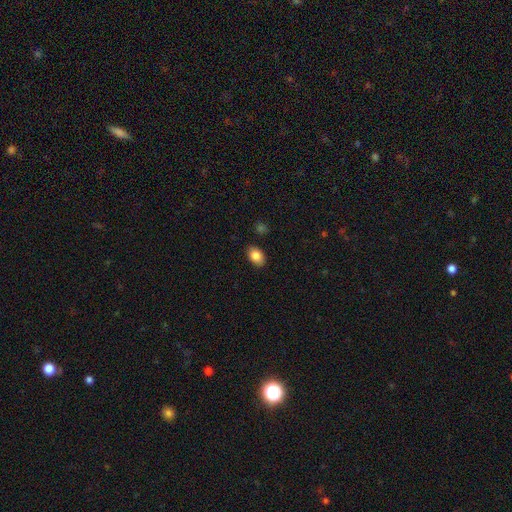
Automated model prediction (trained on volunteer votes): smooth-or-featured: smooth: 85% | star or artifact: 8% | featured or disk: 7%
  how-rounded: in between: 86% | round: 13% | cigar-shaped: 1%
  merging: none: 88% | minor disturbance: 9% | major disturbance: 2% | merger: 1%